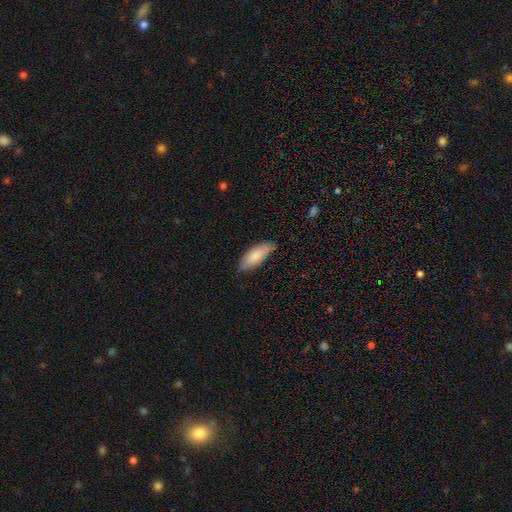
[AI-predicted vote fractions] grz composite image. It shows a smooth galaxy with no disk features (83%) that is in between round and cigar-shaped (80%). Merging: none (76%).